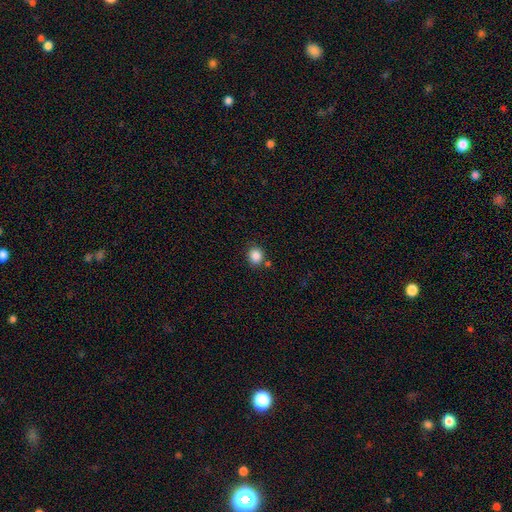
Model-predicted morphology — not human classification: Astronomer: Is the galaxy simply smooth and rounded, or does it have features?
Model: smooth — 86%.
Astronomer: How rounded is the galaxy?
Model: round — 83%.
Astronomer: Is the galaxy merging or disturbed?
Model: none — 80%.